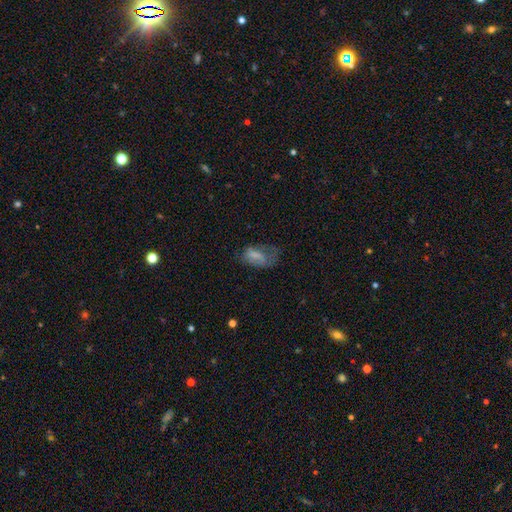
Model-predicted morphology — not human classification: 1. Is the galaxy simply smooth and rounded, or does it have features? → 61% smooth, 29% featured or disk, 10% star or artifact.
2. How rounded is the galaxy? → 89% in between, 6% round, 4% cigar-shaped.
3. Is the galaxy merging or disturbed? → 37% major disturbance, 32% none, 28% minor disturbance, 2% merger.